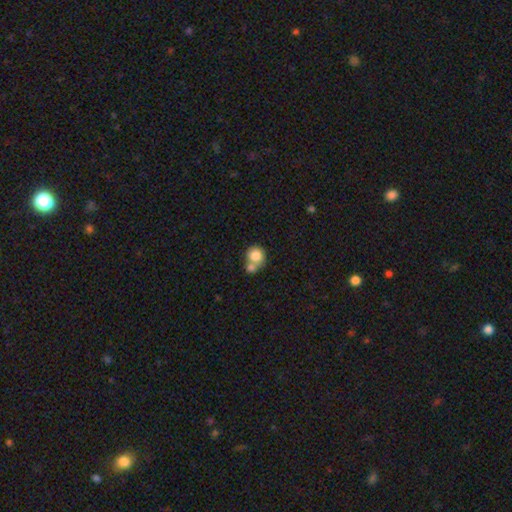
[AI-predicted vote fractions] Smooth or featured: smooth — 79% (featured or disk — 13%)
How rounded: round — 85% (in between — 15%)
Merging: merger — 51% (none — 37%)